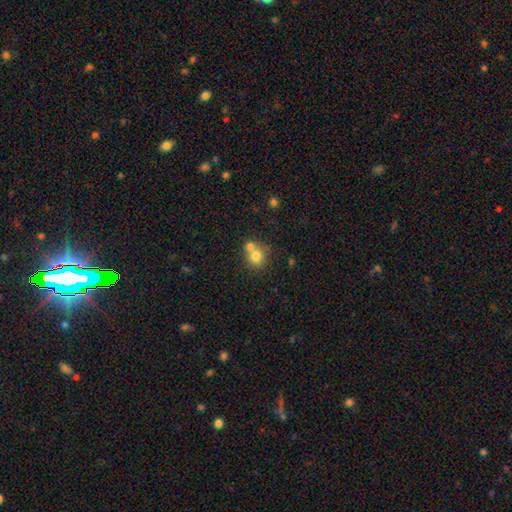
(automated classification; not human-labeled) smooth_or_featured: smooth (p=0.75) [alt: featured or disk p=0.14]
how_rounded: round (p=0.84) [alt: in between p=0.15]
merging: merger (p=0.46) [alt: none p=0.44]